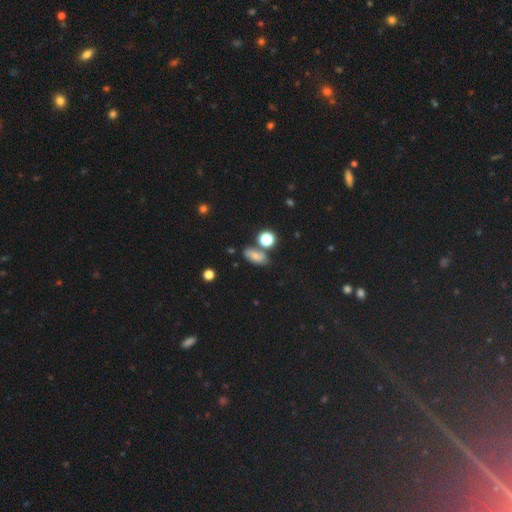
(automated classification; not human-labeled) Overall: smooth (64%). How rounded: in between (73%). Merging: none (64%).